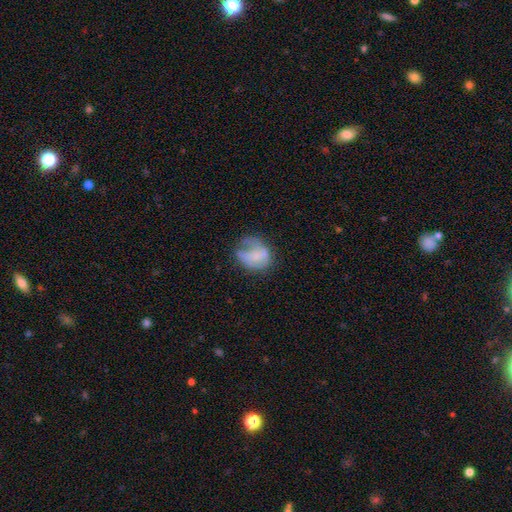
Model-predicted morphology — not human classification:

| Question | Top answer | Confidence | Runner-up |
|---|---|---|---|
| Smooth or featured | smooth | 50% | featured or disk (39%) |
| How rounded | round | 58% | in between (41%) |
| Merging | none | 38% | major disturbance (29%) |